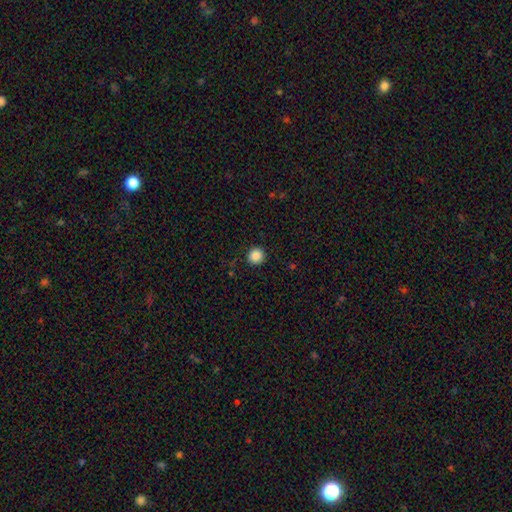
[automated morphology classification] Smooth or featured? Predicted: smooth (p=0.87). How rounded? Predicted: round (p=0.95). Merging? Predicted: none (p=0.92).